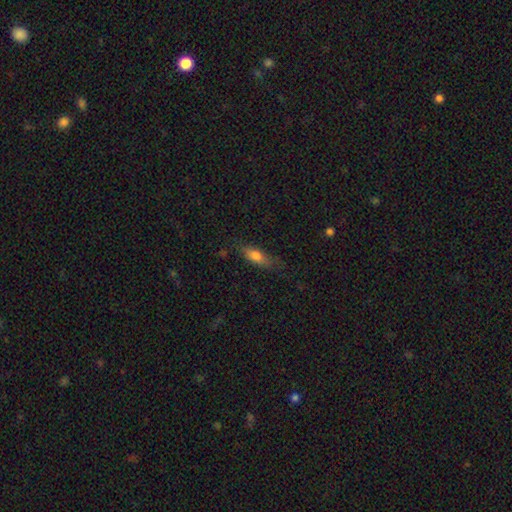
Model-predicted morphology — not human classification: Overall: smooth (74%). How rounded: in between (64%; cigar-shaped 33%). Merging: none (69%).